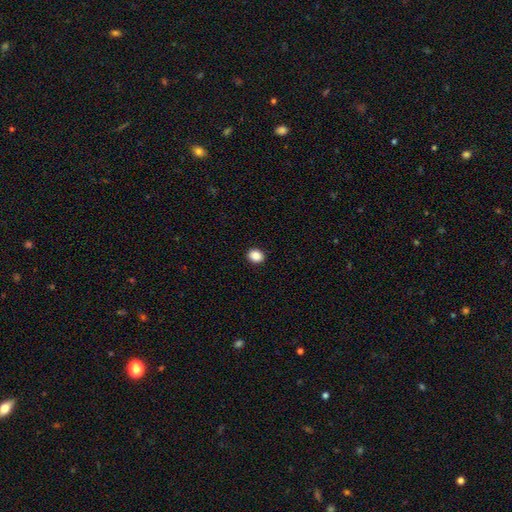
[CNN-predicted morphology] A smooth galaxy with no disk features (88%) that is round (61%).

Vote fractions:
- Smooth or featured? smooth: 88% / star or artifact: 9% / featured or disk: 3%
- How rounded? round: 61% / in between: 38% / cigar-shaped: 1%
- Merging? none: 92% / minor disturbance: 6% / major disturbance: 2% / merger: 1%